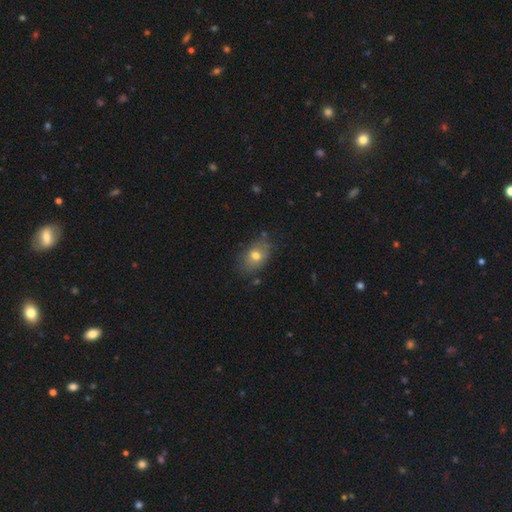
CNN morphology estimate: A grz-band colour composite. It shows a smooth galaxy with no disk features (72%) that is in between round and cigar-shaped (82%). Merging: none (72%).